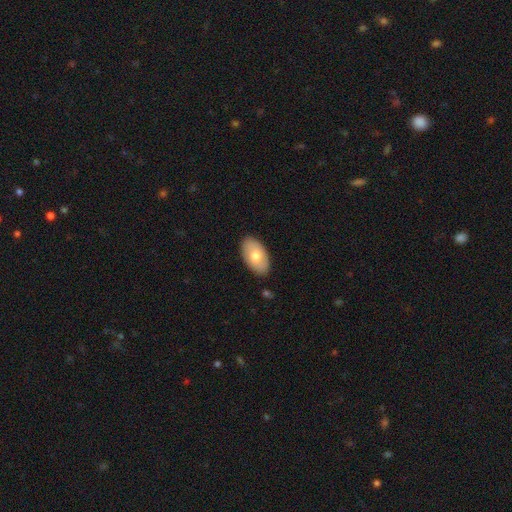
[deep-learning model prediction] A smooth galaxy with no disk features (68%) that is in between round and cigar-shaped (94%).

Vote fractions:
- Smooth or featured? smooth: 68% / featured or disk: 26% / star or artifact: 5%
- How rounded? in between: 94% / round: 4% / cigar-shaped: 1%
- Merging? none: 86% / minor disturbance: 10% / major disturbance: 2% / merger: 1%